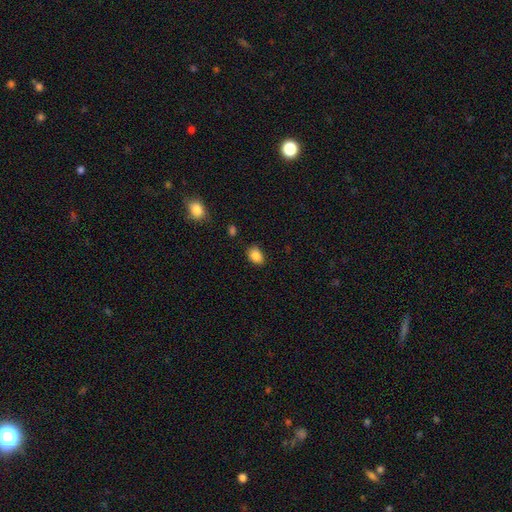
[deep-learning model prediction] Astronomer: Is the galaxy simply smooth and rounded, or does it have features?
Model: smooth — 86%.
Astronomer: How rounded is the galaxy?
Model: in between — 74%.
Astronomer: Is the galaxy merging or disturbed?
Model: none — 81%.